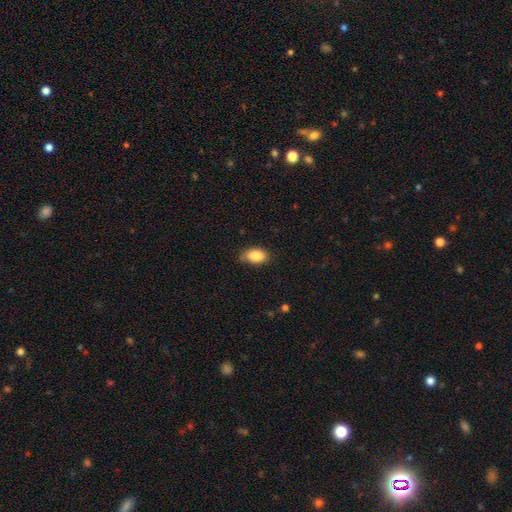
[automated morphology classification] type=smooth (87%); roundness=in between (89%); merging=none (71%).